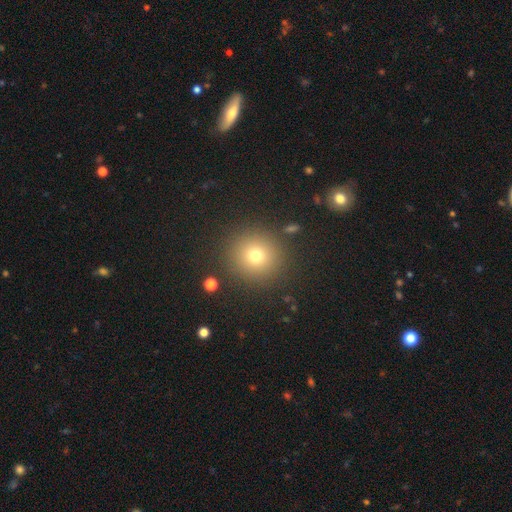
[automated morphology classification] Smooth or featured: smooth — 73% (star or artifact — 17%)
How rounded: round — 94% (in between — 5%)
Merging: none — 89% (minor disturbance — 6%)